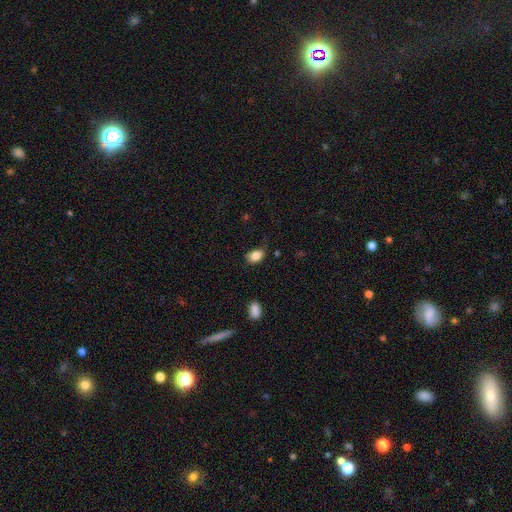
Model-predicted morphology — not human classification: Smooth or featured?
  - smooth: 85% *
  - star or artifact: 9%
  - featured or disk: 6%
How rounded?
  - in between: 79% *
  - round: 19%
  - cigar-shaped: 1%
Merging?
  - none: 68% *
  - minor disturbance: 26%
  - major disturbance: 5%
  - merger: 2%